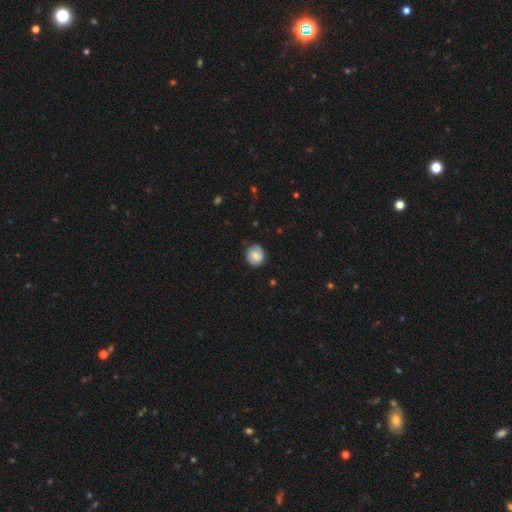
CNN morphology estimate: A smooth galaxy with no disk features (66%) that is round (85%).

Vote fractions:
- Smooth or featured? smooth: 66% / featured or disk: 26% / star or artifact: 7%
- How rounded? round: 85% / in between: 14% / cigar-shaped: 1%
- Merging? none: 81% / minor disturbance: 14% / major disturbance: 4% / merger: 1%